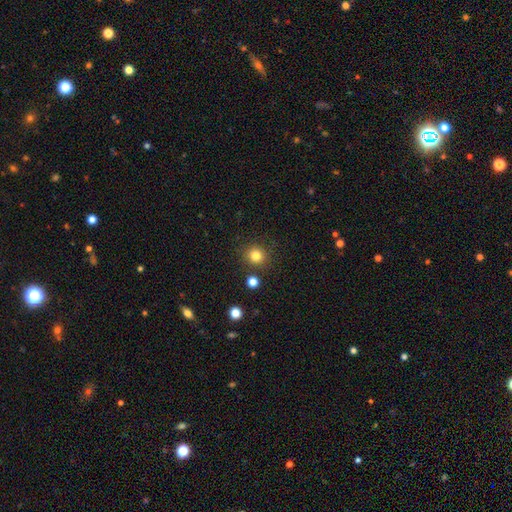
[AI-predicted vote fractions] This appears to be a smooth galaxy with no disk features (81%) that is round (90%). Merging: none (86%).